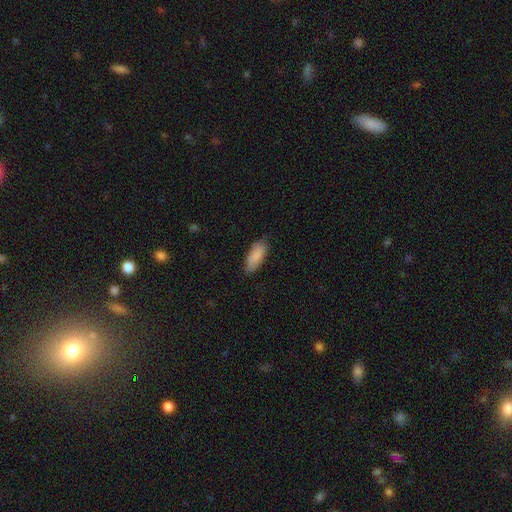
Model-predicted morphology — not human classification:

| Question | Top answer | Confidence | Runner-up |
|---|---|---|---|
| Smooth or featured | smooth | 87% | featured or disk (7%) |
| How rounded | in between | 77% | cigar-shaped (21%) |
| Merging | none | 79% | minor disturbance (17%) |